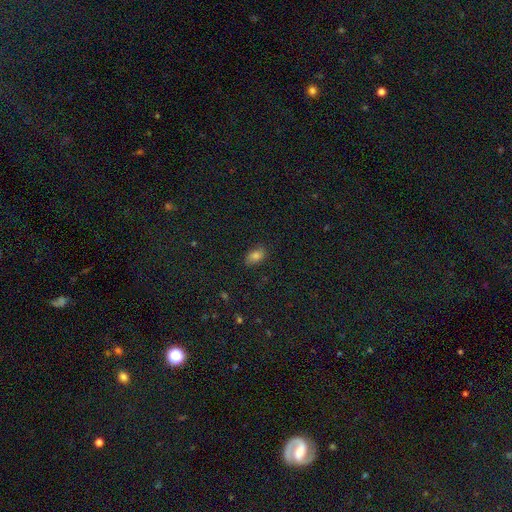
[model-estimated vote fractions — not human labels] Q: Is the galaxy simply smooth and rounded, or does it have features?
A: smooth — 77%.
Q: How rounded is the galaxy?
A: in between — 88%.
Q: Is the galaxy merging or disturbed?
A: none — 81%.